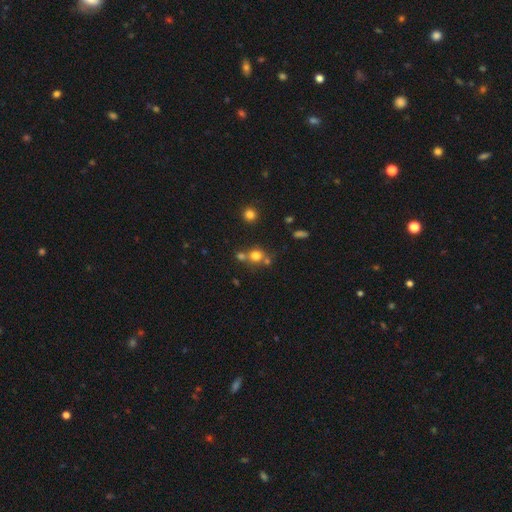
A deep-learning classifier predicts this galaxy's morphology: Q: Smooth or featured?
A: smooth (72%); runner-up: star or artifact (17%)
Q: How rounded?
A: round (83%); runner-up: in between (16%)
Q: Merging?
A: none (53%); runner-up: merger (34%)